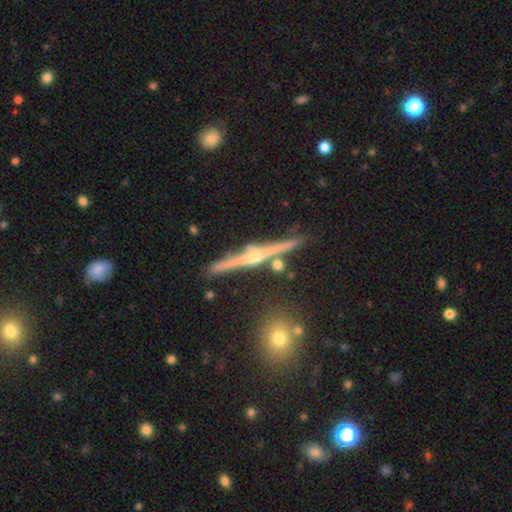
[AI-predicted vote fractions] Smooth or featured?
  - featured or disk: 83% *
  - smooth: 10%
  - star or artifact: 7%
Edge-on disk?
  - yes: 98% *
  - no: 2%
Edge-on bulge?
  - rounded: 87% *
  - none: 8%
  - boxy: 5%
Merging?
  - none: 88% *
  - minor disturbance: 7%
  - merger: 3%
  - major disturbance: 2%